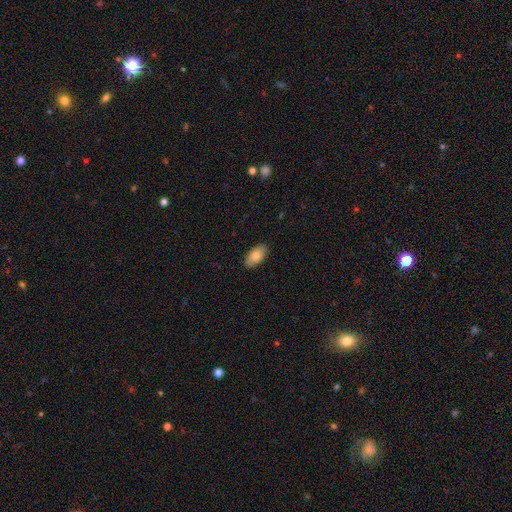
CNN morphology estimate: A smooth galaxy with no disk features (81%) that is in between round and cigar-shaped (94%). Merging: none (87%).